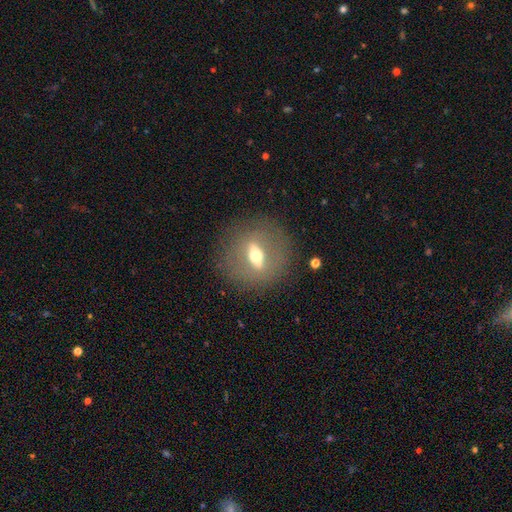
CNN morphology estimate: A featured or disk galaxy (61%).

Vote fractions:
- Smooth or featured? featured or disk: 61% / smooth: 29% / star or artifact: 10%
- Edge-on disk? no: 57% / yes: 43%
- Merging? none: 84% / minor disturbance: 9% / major disturbance: 6% / merger: 1%